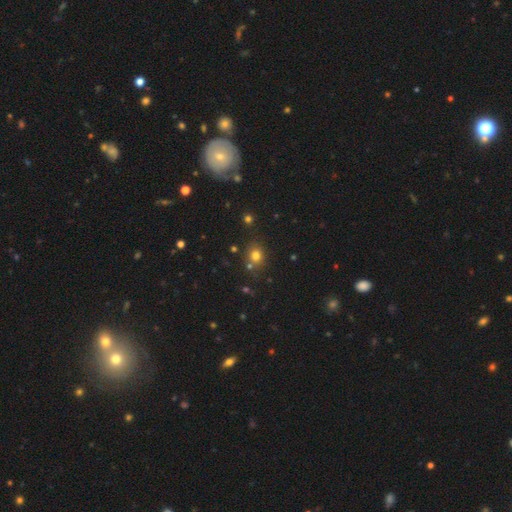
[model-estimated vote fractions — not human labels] The model was most divided on "how rounded": round: 72%, in between: 27%, cigar-shaped: 1%. More confident: smooth or featured — smooth (75%); merging — none (73%).